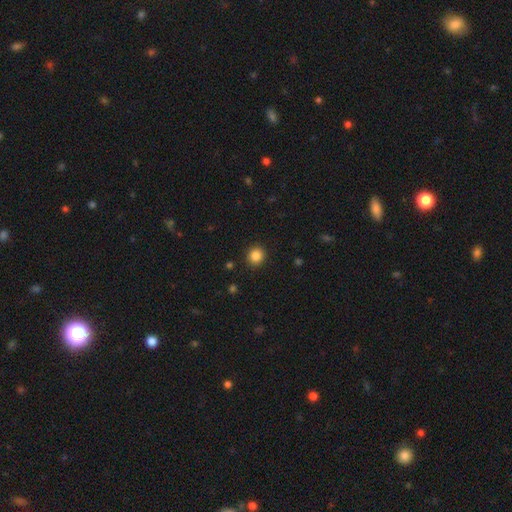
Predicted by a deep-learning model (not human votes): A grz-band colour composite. It shows a smooth galaxy with no disk features (85%) that is round (90%). Merging: none (92%).